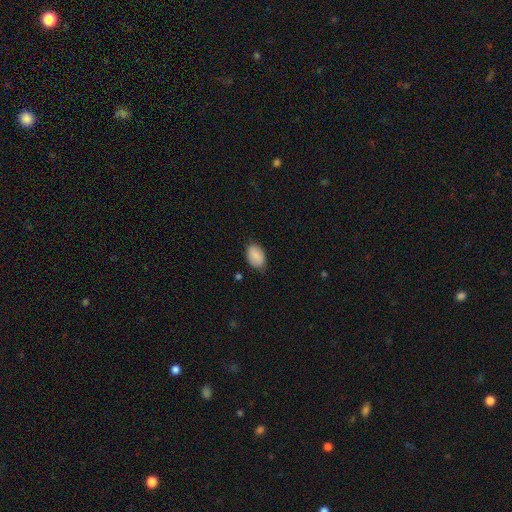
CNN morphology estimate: A smooth galaxy with no disk features (87%) that is in between round and cigar-shaped (89%).

Vote fractions:
- Smooth or featured? smooth: 87% / star or artifact: 7% / featured or disk: 6%
- How rounded? in between: 89% / round: 10% / cigar-shaped: 1%
- Merging? none: 78% / minor disturbance: 18% / major disturbance: 3% / merger: 1%